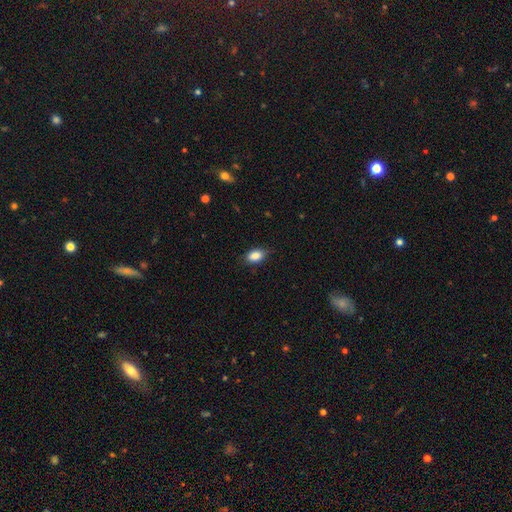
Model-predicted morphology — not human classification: smooth_or_featured: smooth (p=0.87) [alt: star or artifact p=0.08]
how_rounded: in between (p=0.88) [alt: round p=0.09]
merging: none (p=0.83) [alt: minor disturbance p=0.13]